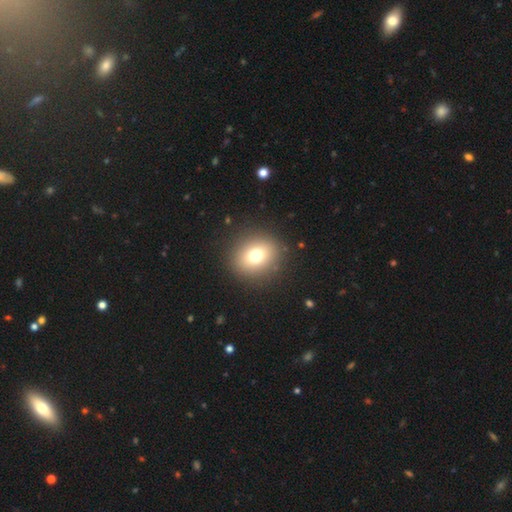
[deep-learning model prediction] Overall: smooth (73%). How rounded: round (73%). Merging: none (89%).